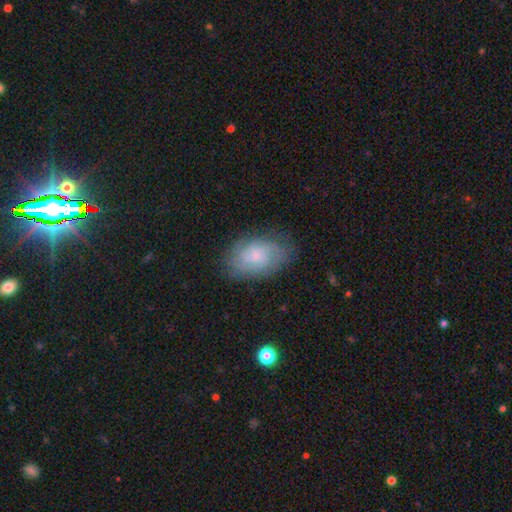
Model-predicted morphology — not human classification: smooth_or_featured: featured or disk (p=0.51) [alt: smooth p=0.41]
disk_edge_on: no (p=0.96) [alt: yes p=0.04]
merging: none (p=0.74) [alt: minor disturbance p=0.19]